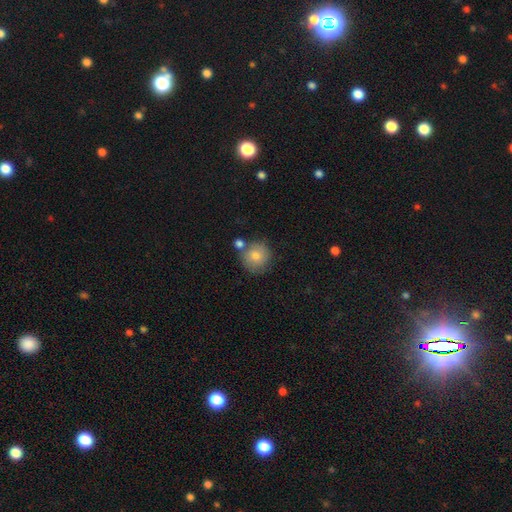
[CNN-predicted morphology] smooth_or_featured: smooth (p=0.79) [alt: featured or disk p=0.13]
how_rounded: round (p=0.92) [alt: in between p=0.07]
merging: none (p=0.65) [alt: merger p=0.17]